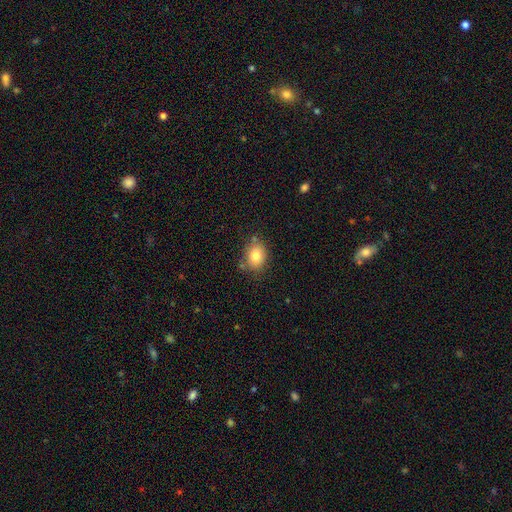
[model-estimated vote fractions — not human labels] smooth_or_featured: smooth (p=0.81) [alt: star or artifact p=0.10]
how_rounded: in between (p=0.55) [alt: round p=0.44]
merging: none (p=0.76) [alt: minor disturbance p=0.15]